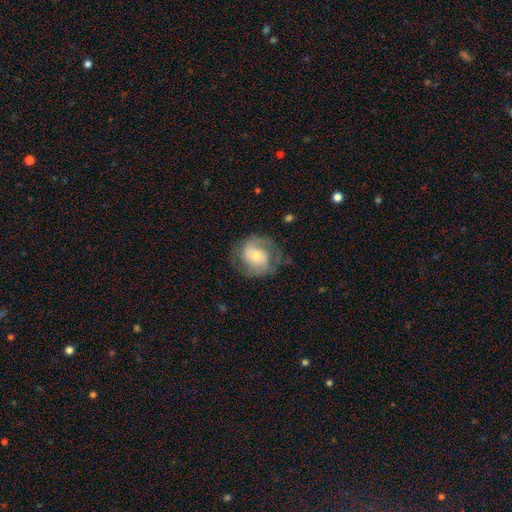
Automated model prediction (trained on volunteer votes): A featured or disk galaxy (68%) with no bar (59%), 2 (73%) medium (46%) spiral arms (88%) and a small central bulge (48%).

Vote fractions:
- Smooth or featured? featured or disk: 68% / smooth: 25% / star or artifact: 7%
- Edge-on disk? no: 97% / yes: 3%
- Bar? no: 59% / weak: 31% / strong: 10%
- Spiral arms? yes: 88% / no: 12%
- Spiral winding? medium: 46% / tight: 33% / loose: 21%
- Spiral arm count? 2: 73% / can't tell: 13% / 3: 6% / 1: 5% / 4: 2% / more than 4: 2%
- Bulge size? small: 48% / moderate: 42% / large: 6% / none: 2% / dominant: 2%
- Merging? none: 66% / minor disturbance: 19% / major disturbance: 13% / merger: 1%